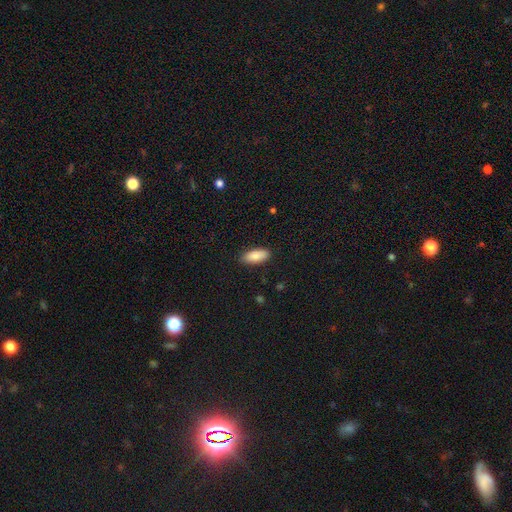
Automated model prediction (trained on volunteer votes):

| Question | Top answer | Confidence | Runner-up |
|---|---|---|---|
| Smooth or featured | smooth | 87% | featured or disk (7%) |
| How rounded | in between | 85% | cigar-shaped (13%) |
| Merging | none | 88% | minor disturbance (9%) |